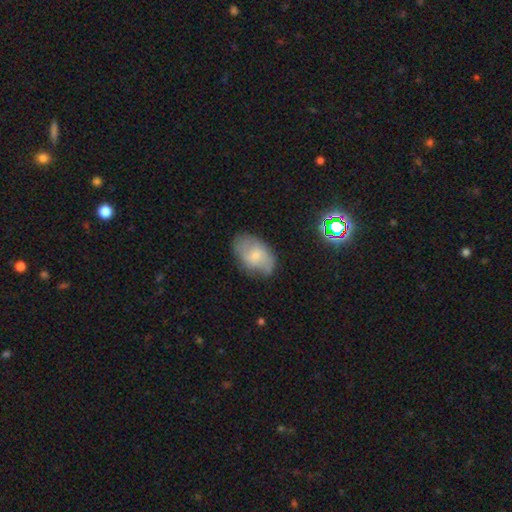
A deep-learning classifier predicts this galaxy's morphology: The model was most divided on "smooth or featured": featured or disk: 47%, smooth: 44%, star or artifact: 9%. More confident: merging — none (68%).